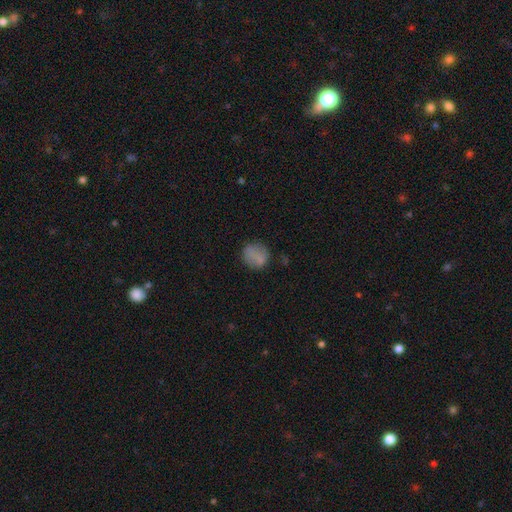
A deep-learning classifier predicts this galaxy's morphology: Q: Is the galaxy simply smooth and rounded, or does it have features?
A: smooth — 76%.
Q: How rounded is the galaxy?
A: round — 82%.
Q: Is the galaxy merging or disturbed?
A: none — 73%.